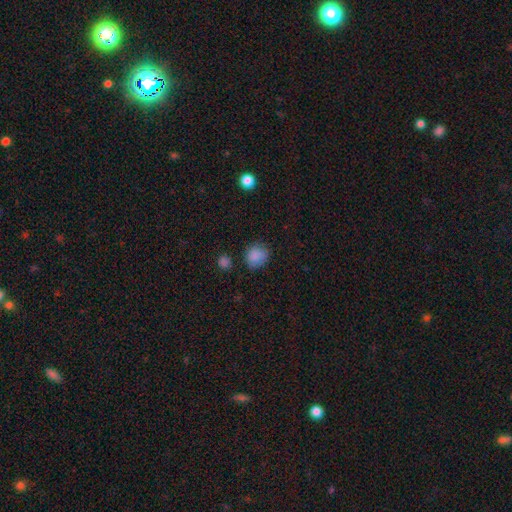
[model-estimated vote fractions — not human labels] smooth-or-featured: smooth: 86% | star or artifact: 10% | featured or disk: 4%
  how-rounded: round: 79% | in between: 20% | cigar-shaped: 1%
  merging: none: 77% | minor disturbance: 16% | major disturbance: 4% | merger: 3%